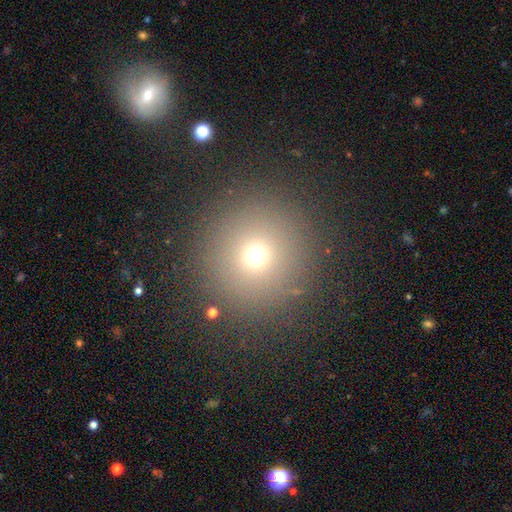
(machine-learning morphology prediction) type=smooth (69%); roundness=round (96%); merging=none (89%).